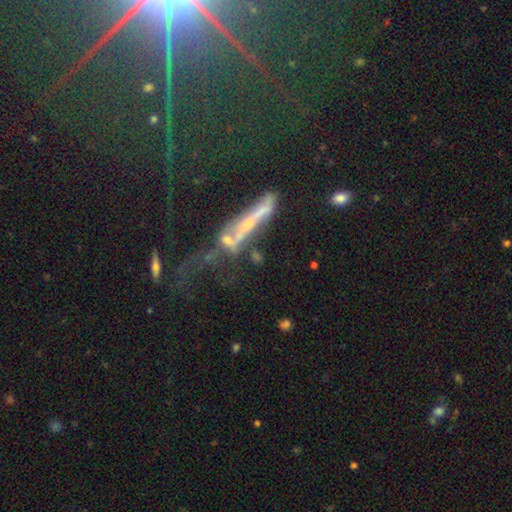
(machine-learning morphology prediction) This appears to be a featured or disk galaxy (57%) viewed edge-on (51%). Merging: merger (37%).